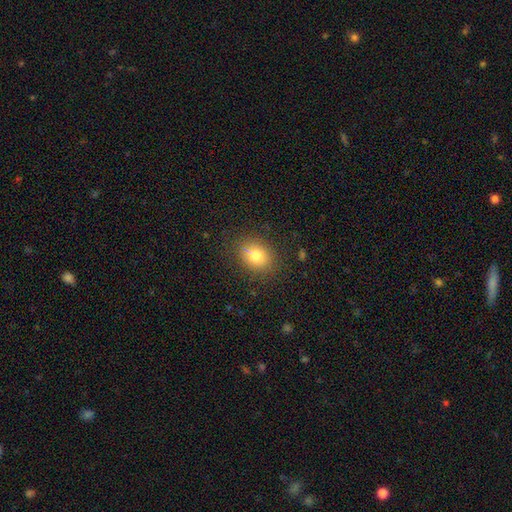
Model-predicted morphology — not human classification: Smooth or featured: smooth — 77% (star or artifact — 12%)
How rounded: in between — 51% (round — 48%)
Merging: none — 83% (minor disturbance — 12%)